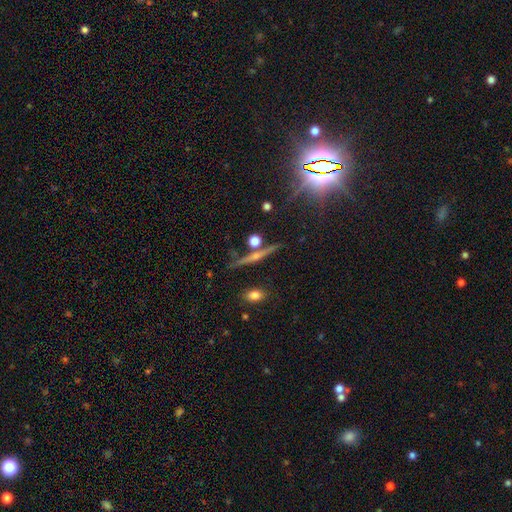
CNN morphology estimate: Smooth or featured? Predicted: star or artifact (p=0.47).